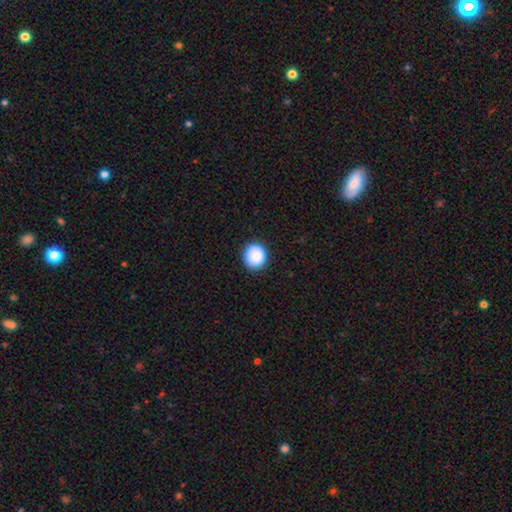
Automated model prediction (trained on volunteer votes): Morphology: type=smooth (88%); roundness=round (85%); merging=none (89%).